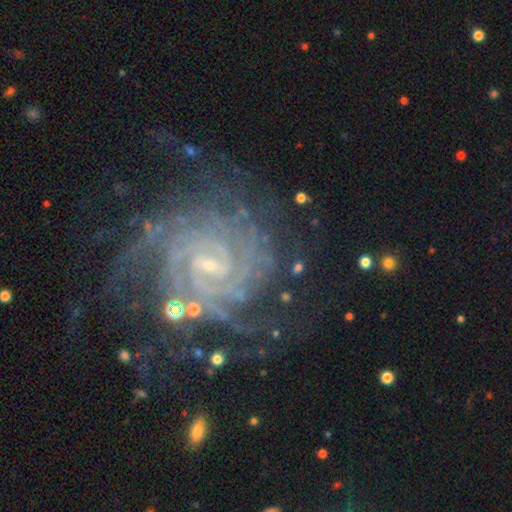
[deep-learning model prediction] smooth_or_featured: featured or disk (p=0.91) [alt: star or artifact p=0.06]
disk_edge_on: no (p=0.98) [alt: yes p=0.02]
bar: weak (p=0.50) [alt: strong p=0.25]
has_spiral_arms: yes (p=0.99) [alt: no p=0.01]
spiral_winding: tight (p=0.80) [alt: medium p=0.17]
spiral_arm_count: 2 (p=0.24) [alt: 4 p=0.21]
bulge_size: small (p=0.80) [alt: moderate p=0.15]
merging: none (p=0.70) [alt: minor disturbance p=0.17]